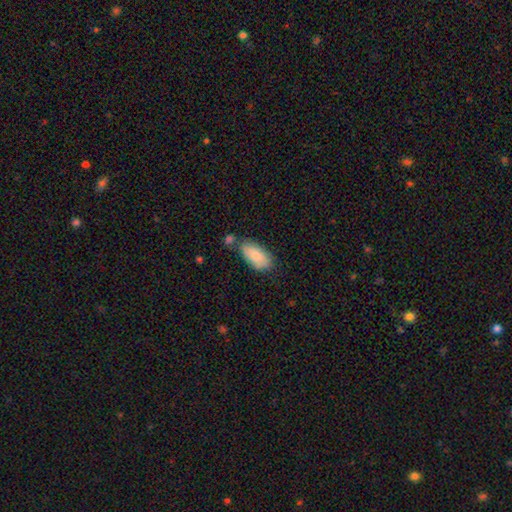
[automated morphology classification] Overall: smooth (84%). How rounded: in between (91%). Merging: none (64%).